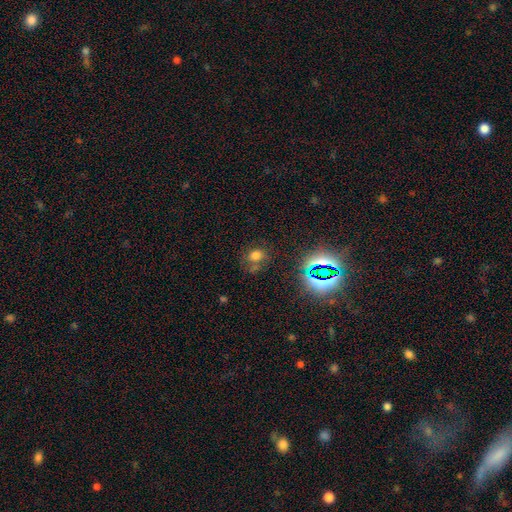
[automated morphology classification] Smooth or featured: smooth — 63% (star or artifact — 26%)
How rounded: round — 55% (in between — 43%)
Merging: none — 58% (minor disturbance — 19%)